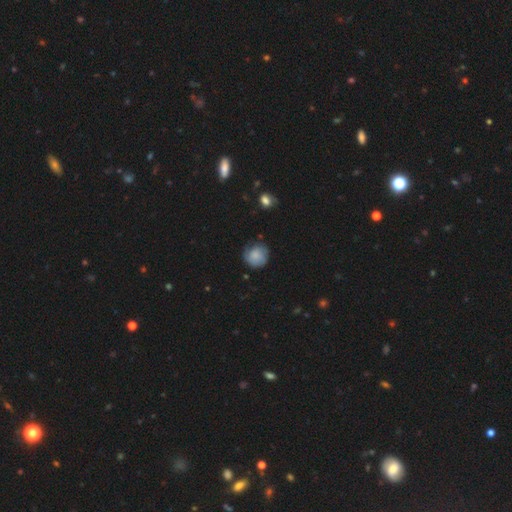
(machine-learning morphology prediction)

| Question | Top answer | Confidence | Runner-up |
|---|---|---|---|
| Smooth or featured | smooth | 70% | featured or disk (22%) |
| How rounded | round | 87% | in between (12%) |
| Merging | none | 65% | minor disturbance (25%) |